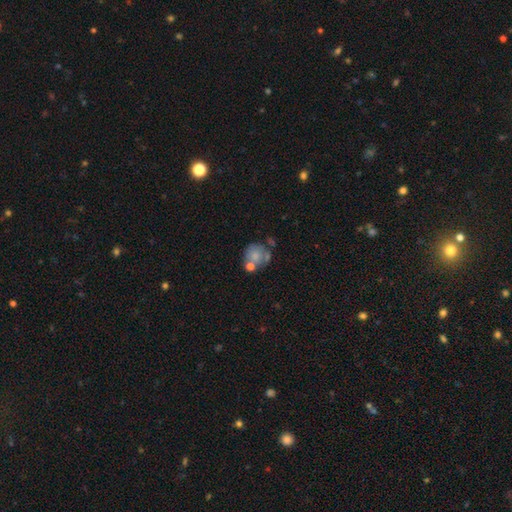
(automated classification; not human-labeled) Smooth or featured? smooth (62%)
How rounded? round (77%)
Merging? none (41%)